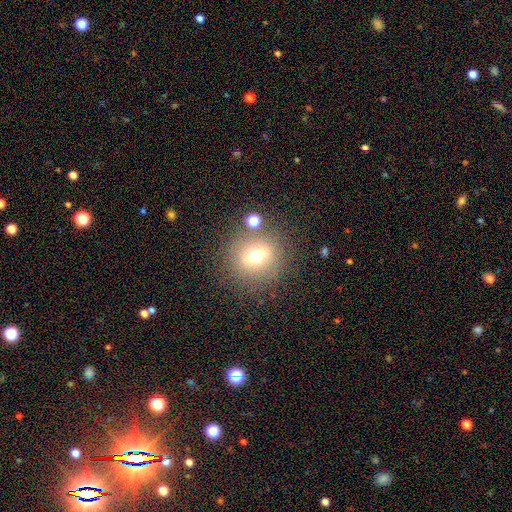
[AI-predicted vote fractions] Smooth or featured? smooth (60%)
How rounded? round (84%)
Merging? none (77%)